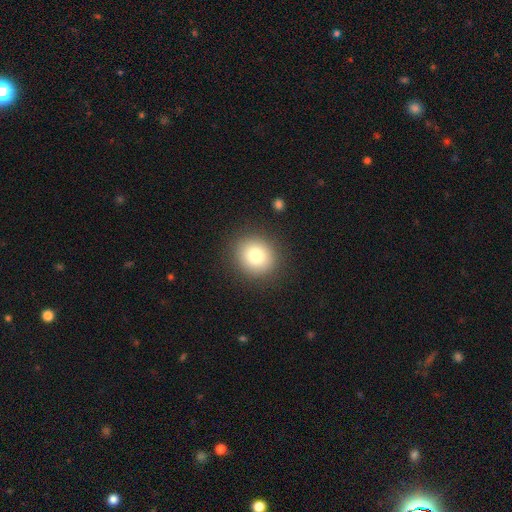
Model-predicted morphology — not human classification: This appears to be a smooth galaxy with no disk features (79%) that is round (85%). Merging: none (89%).